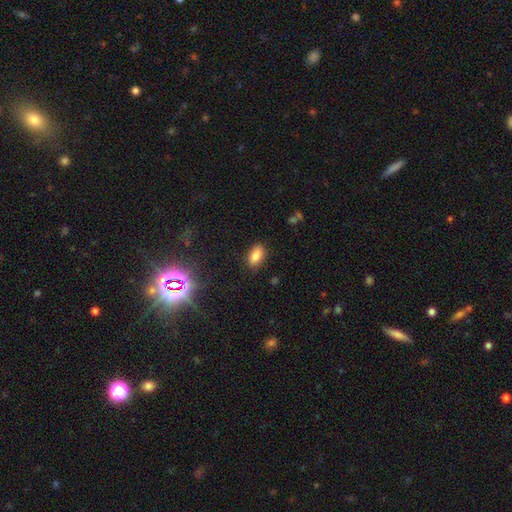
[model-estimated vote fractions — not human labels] smooth 82%, star or artifact 11%, featured or disk 7%. Down the decision tree: how rounded — in between (90%); merging — none (85%).